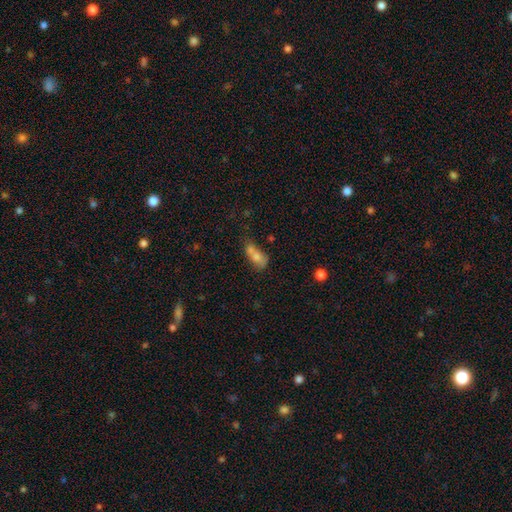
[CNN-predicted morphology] This is likely a smooth galaxy (68%). How rounded: likely in between (73%). Merging: possibly merger (57%).